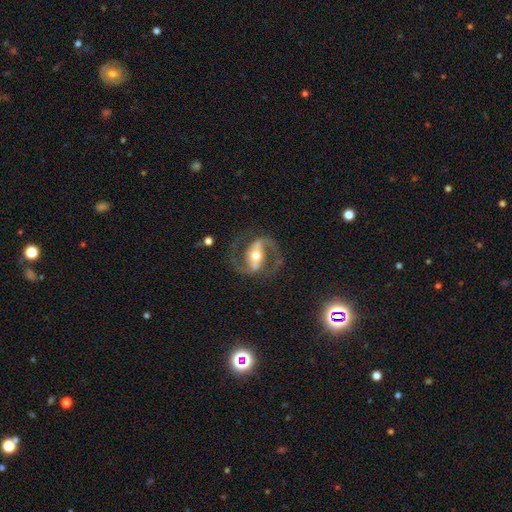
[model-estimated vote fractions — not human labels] This is clearly a featured or disk galaxy (92%). It is clearly not viewed edge-on (97%). Bar: likely strong (63%). Spiral arm pattern: clearly yes (97%). Spiral arm count: clearly 2 (94%). Spiral winding: likely medium (63%). Central bulge: likely moderate (70%). Merging: likely none (79%).